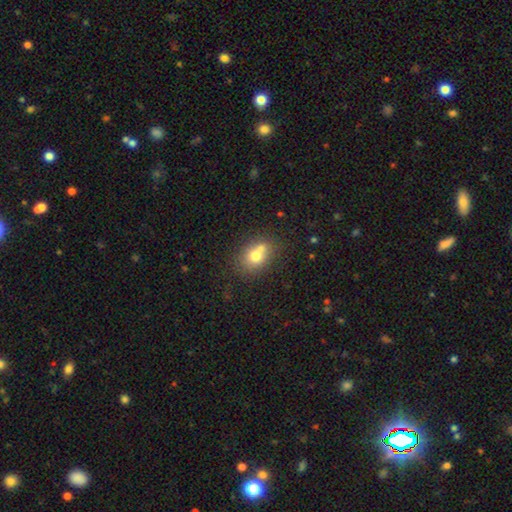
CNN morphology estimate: This appears to be a smooth galaxy with no disk features (70%) that is round (53%). Merging: none (43%).